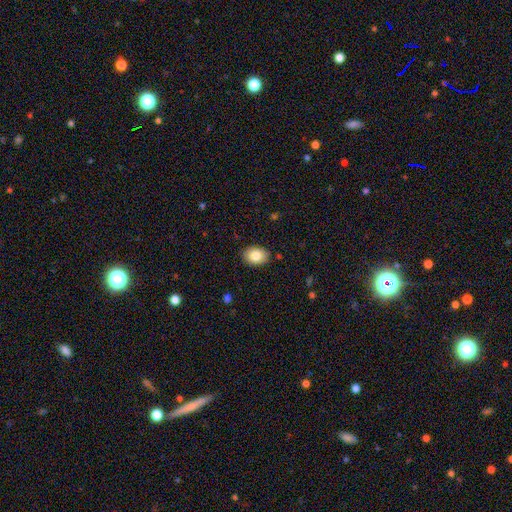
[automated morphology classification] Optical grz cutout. It shows a smooth galaxy with no disk features (83%) that is in between round and cigar-shaped (73%). Merging: none (88%).